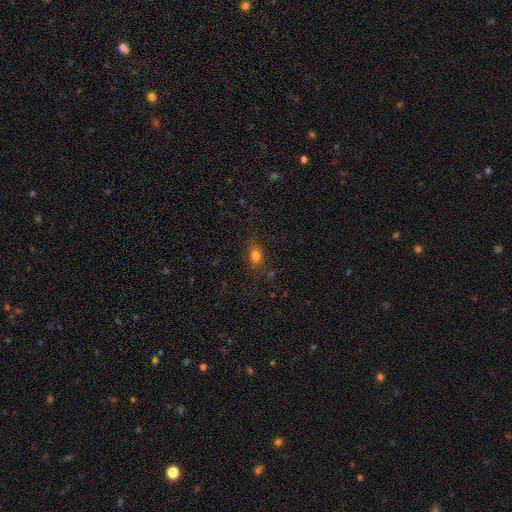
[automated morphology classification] This appears to be a smooth galaxy with no disk features (80%) that is in between round and cigar-shaped (66%). Merging: none (78%).